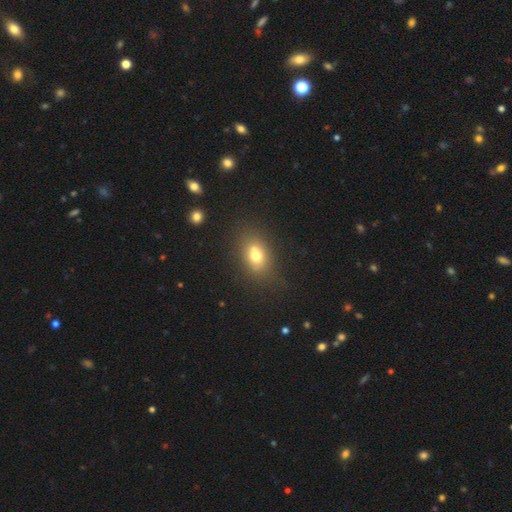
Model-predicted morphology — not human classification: smooth 70%, featured or disk 18%, star or artifact 13%. Down the decision tree: how rounded — in between (70%); merging — none (60%).